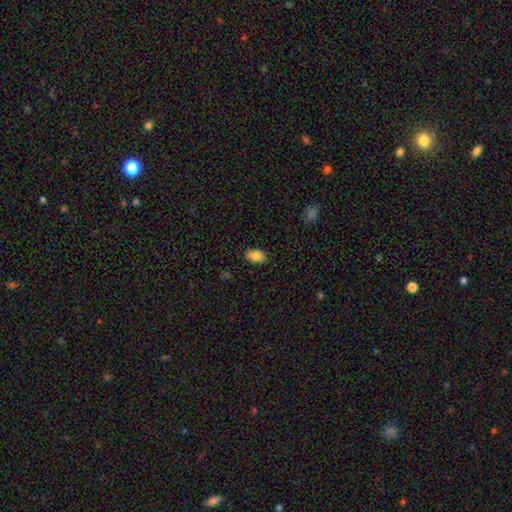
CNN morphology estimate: smooth-or-featured: smooth: 85% | star or artifact: 8% | featured or disk: 7%
  how-rounded: in between: 90% | round: 8% | cigar-shaped: 1%
  merging: none: 86% | minor disturbance: 11% | major disturbance: 2% | merger: 1%